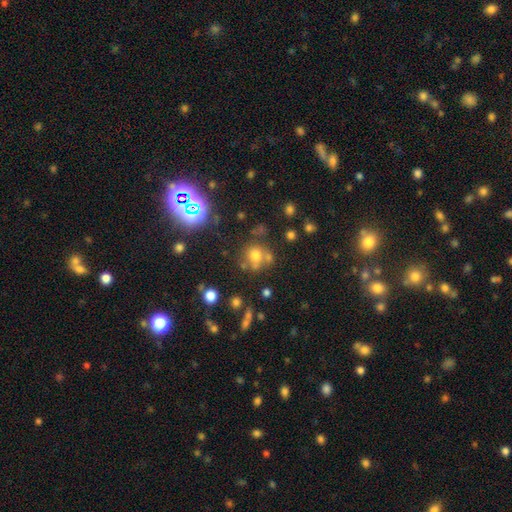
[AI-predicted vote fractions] This appears to be a smooth galaxy with no disk features (66%) that is round (83%). Merging: none (57%).